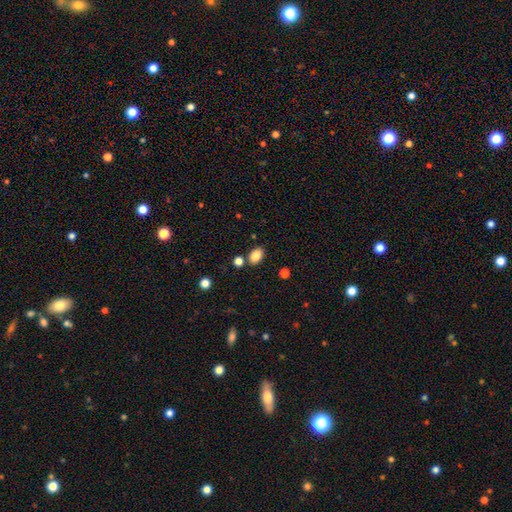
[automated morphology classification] Smooth or featured? Predicted: smooth (p=0.85). How rounded? Predicted: in between (p=0.80). Merging? Predicted: none (p=0.80).